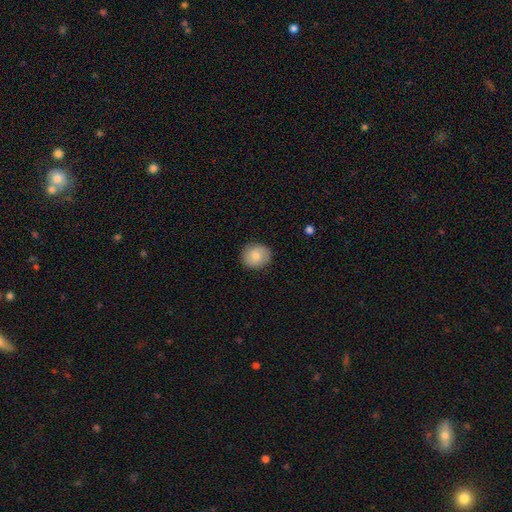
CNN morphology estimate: Smooth or featured?
  - smooth: 81% *
  - featured or disk: 12%
  - star or artifact: 7%
How rounded?
  - round: 76% *
  - in between: 23%
  - cigar-shaped: 1%
Merging?
  - none: 86% *
  - minor disturbance: 10%
  - major disturbance: 3%
  - merger: 1%